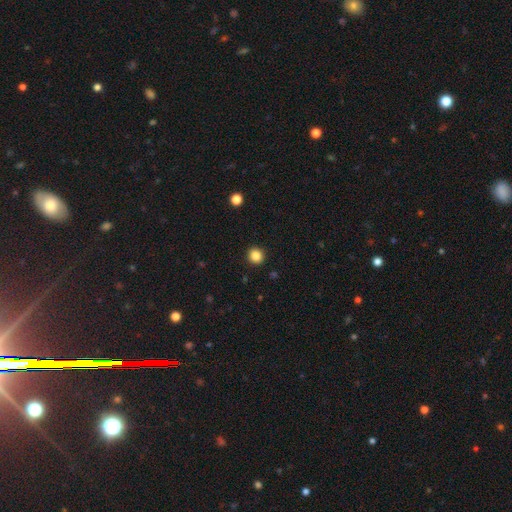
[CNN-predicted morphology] The model was most divided on "smooth or featured": smooth: 85%, star or artifact: 11%, featured or disk: 4%. More confident: merging — none (92%); how rounded — round (90%).